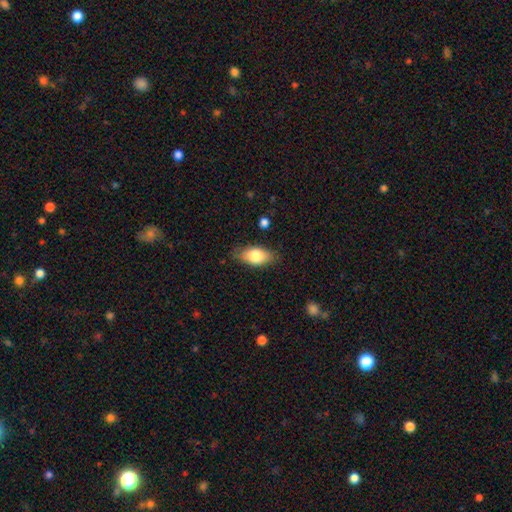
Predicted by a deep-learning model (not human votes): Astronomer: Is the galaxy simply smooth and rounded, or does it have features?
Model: smooth — 78%.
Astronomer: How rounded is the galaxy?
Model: in between — 88%.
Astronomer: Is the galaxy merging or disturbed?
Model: none — 78%.